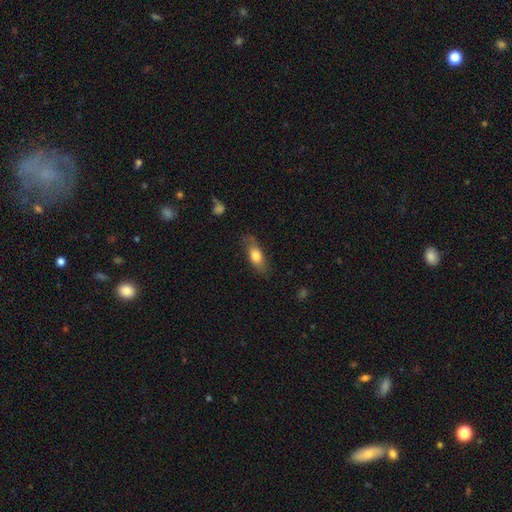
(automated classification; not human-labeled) This appears to be a smooth galaxy with no disk features (73%) that is in between round and cigar-shaped (77%). Merging: none (72%).